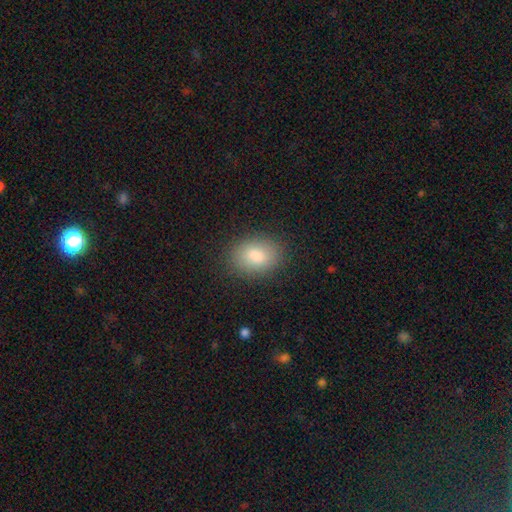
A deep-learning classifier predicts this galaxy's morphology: type=smooth (84%); roundness=in between (73%); merging=none (87%).